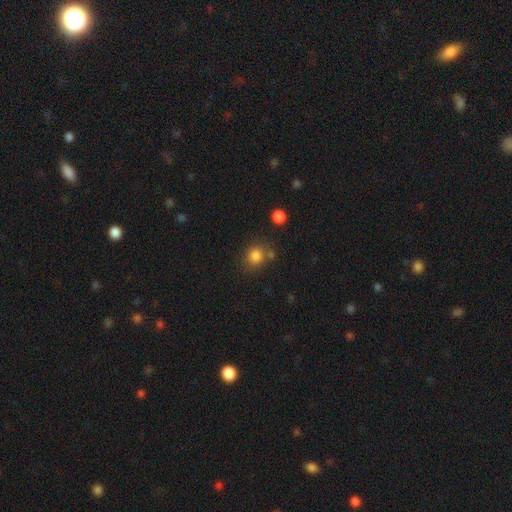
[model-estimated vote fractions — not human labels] Morphology: type=smooth (83%); roundness=round (79%); merging=none (70%).